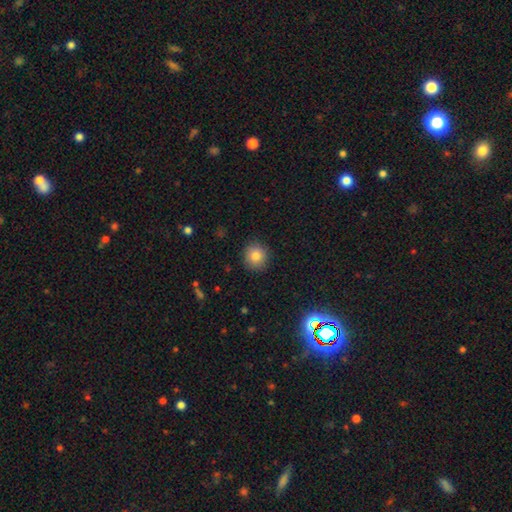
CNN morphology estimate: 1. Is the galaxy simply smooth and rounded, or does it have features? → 82% smooth, 11% star or artifact, 7% featured or disk.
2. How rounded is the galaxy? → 92% round, 7% in between, 1% cigar-shaped.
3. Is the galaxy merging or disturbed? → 90% none, 7% minor disturbance, 2% major disturbance, 1% merger.